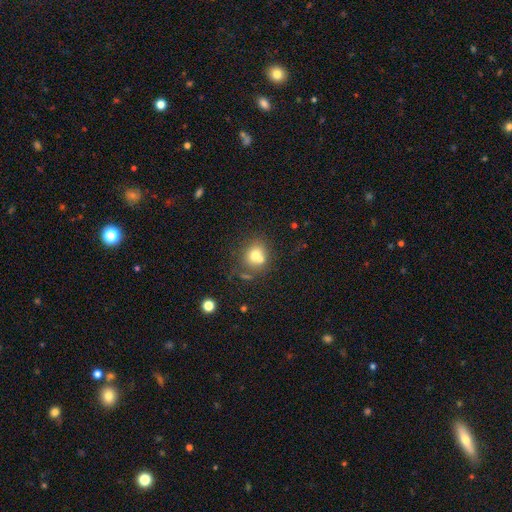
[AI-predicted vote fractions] smooth-or-featured: smooth: 69% | featured or disk: 19% | star or artifact: 13%
  how-rounded: round: 73% | in between: 26% | cigar-shaped: 1%
  merging: none: 47% | merger: 36% | minor disturbance: 12% | major disturbance: 5%